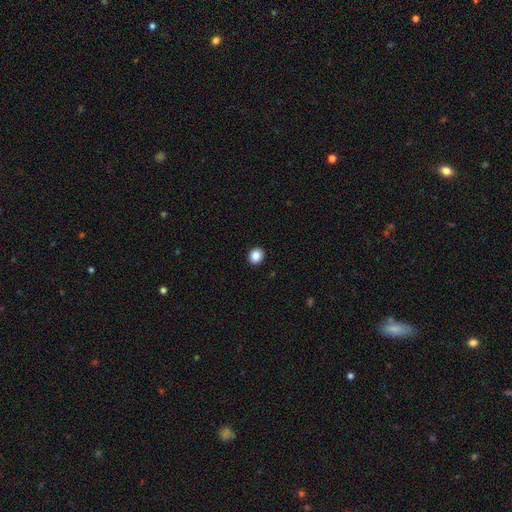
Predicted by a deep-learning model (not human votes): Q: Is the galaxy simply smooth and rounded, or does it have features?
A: smooth — 87%.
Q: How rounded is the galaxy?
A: round — 75%.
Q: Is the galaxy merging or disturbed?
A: none — 92%.